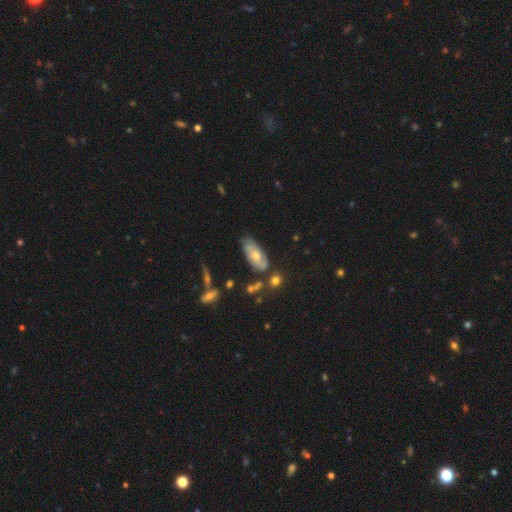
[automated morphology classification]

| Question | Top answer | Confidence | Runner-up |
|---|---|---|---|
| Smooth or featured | featured or disk | 51% | smooth (41%) |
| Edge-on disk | no | 86% | yes (14%) |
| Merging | none | 56% | minor disturbance (28%) |